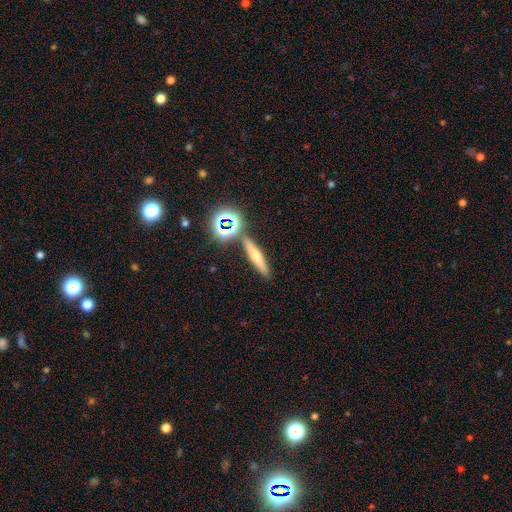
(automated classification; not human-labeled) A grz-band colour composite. It shows a smooth galaxy with no disk features (51%) that is cigar-shaped (78%). Merging: none (81%).